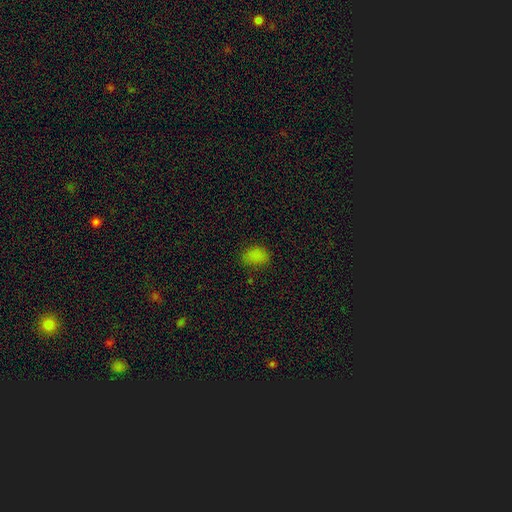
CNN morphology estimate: Smooth or featured: smooth — 78% (star or artifact — 17%)
How rounded: in between — 77% (round — 22%)
Merging: none — 72% (minor disturbance — 21%)